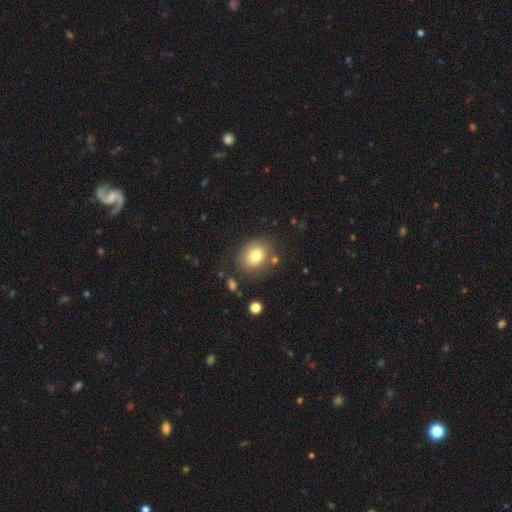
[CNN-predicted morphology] Overall: smooth (79%). How rounded: round (54%; in between 46%). Merging: none (77%).